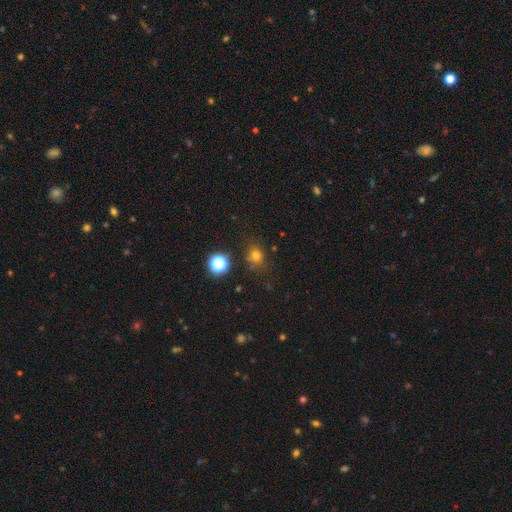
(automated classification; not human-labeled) This is likely a smooth galaxy (71%). How rounded: likely round (70%). Merging: likely none (74%).